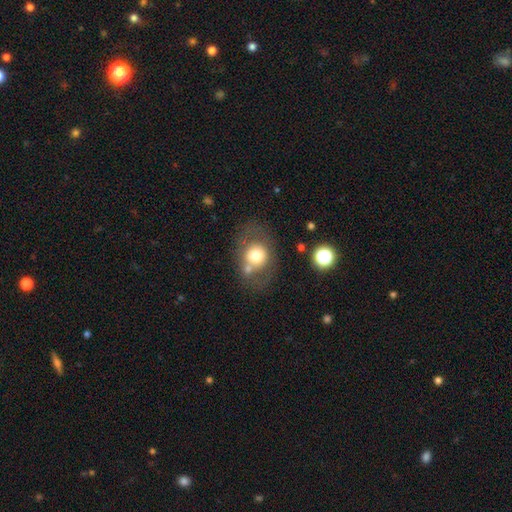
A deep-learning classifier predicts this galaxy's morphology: smooth_or_featured: smooth (p=0.64) [alt: featured or disk p=0.26]
how_rounded: round (p=0.58) [alt: in between p=0.41]
merging: none (p=0.61) [alt: minor disturbance p=0.16]